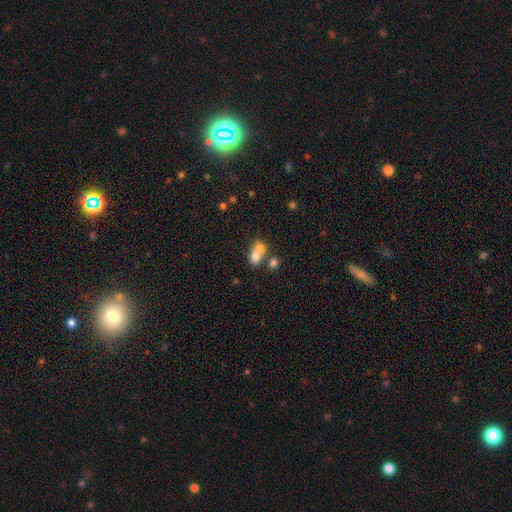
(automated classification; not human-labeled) smooth 71%, featured or disk 18%, star or artifact 11%. Down the decision tree: how rounded — in between (58%); merging — merger (67%).